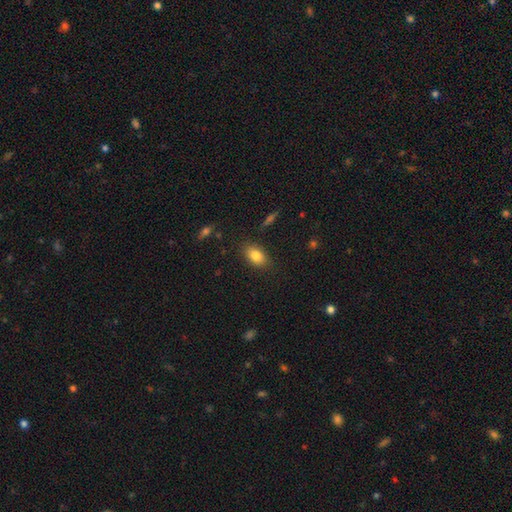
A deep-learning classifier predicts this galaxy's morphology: A smooth galaxy with no disk features (83%) that is in between round and cigar-shaped (87%). Merging: none (85%).